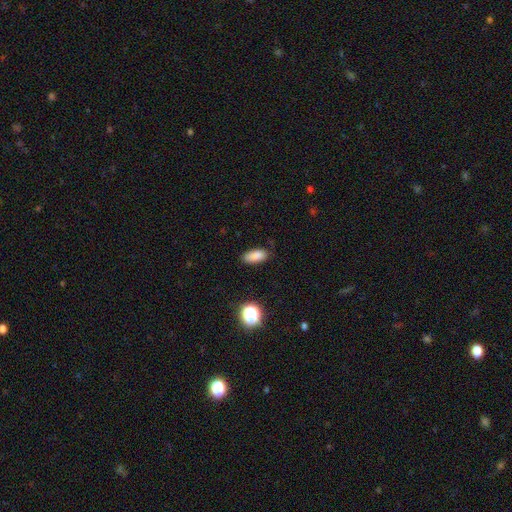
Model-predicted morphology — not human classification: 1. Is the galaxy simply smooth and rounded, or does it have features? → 85% smooth, 10% star or artifact, 5% featured or disk.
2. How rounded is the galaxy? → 85% in between, 12% cigar-shaped, 4% round.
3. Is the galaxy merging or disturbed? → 83% none, 13% minor disturbance, 3% major disturbance, 1% merger.